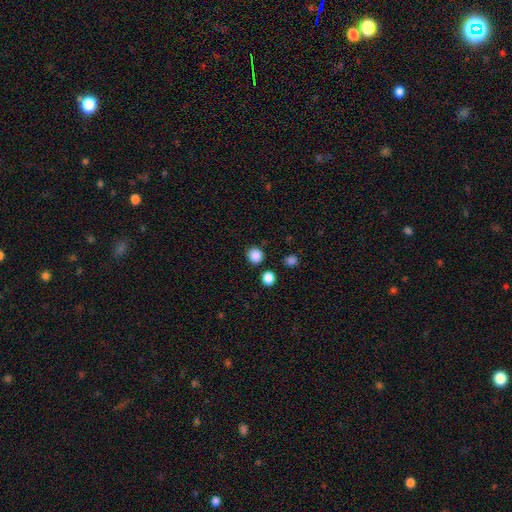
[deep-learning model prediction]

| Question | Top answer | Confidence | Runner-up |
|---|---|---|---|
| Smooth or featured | smooth | 86% | star or artifact (11%) |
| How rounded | round | 90% | in between (9%) |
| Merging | none | 86% | minor disturbance (7%) |